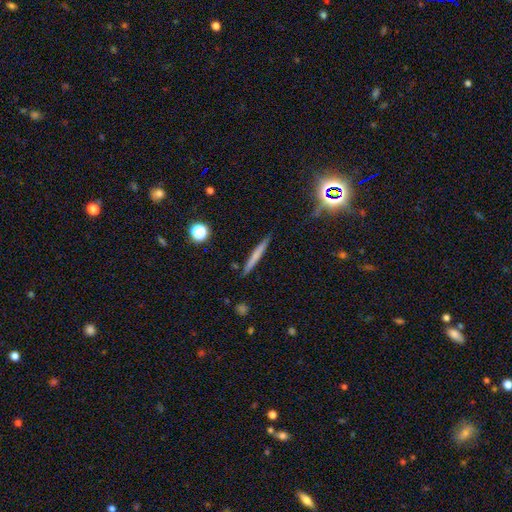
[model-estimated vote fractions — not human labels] Q: Smooth or featured?
A: smooth (60%); runner-up: featured or disk (31%)
Q: How rounded?
A: cigar-shaped (96%); runner-up: in between (3%)
Q: Merging?
A: none (88%); runner-up: minor disturbance (8%)